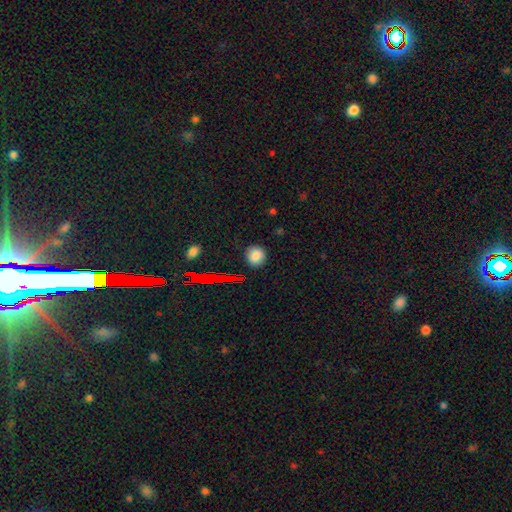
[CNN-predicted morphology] type=smooth (80%); roundness=round (83%); merging=none (88%).